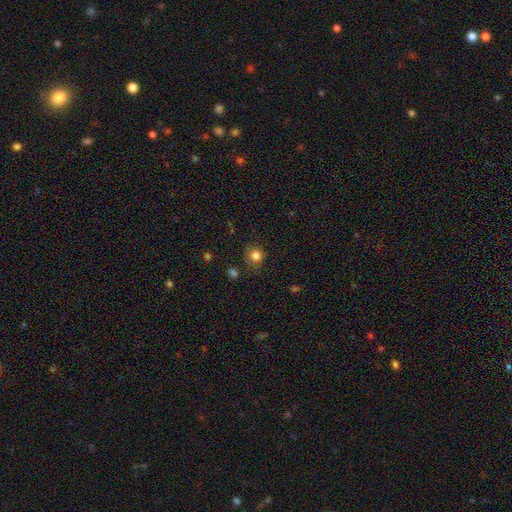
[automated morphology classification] type=smooth (82%); roundness=round (86%); merging=none (78%).